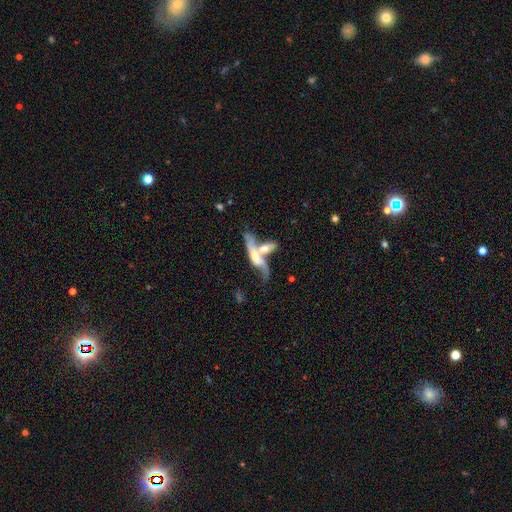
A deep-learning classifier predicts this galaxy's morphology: Smooth or featured?
  - featured or disk: 55% *
  - smooth: 38%
  - star or artifact: 7%
Edge-on disk?
  - no: 55% *
  - yes: 45%
Merging?
  - merger: 59% *
  - none: 21%
  - minor disturbance: 10%
  - major disturbance: 10%